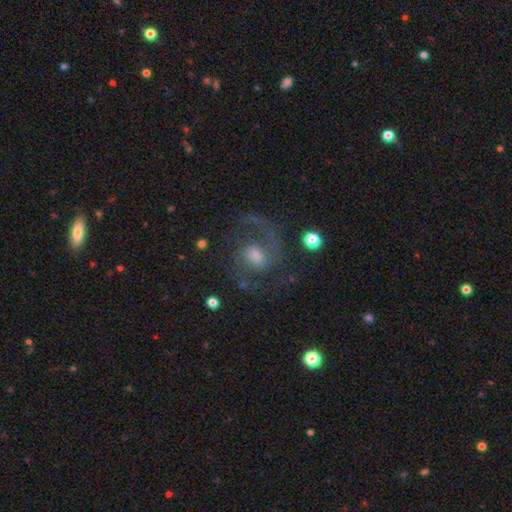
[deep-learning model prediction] smooth-or-featured: featured or disk: 79% | smooth: 12% | star or artifact: 8%
  disk-edge-on: no: 98% | yes: 2%
    bar: no: 47% | weak: 44% | strong: 9%
    has-spiral-arms: yes: 94% | no: 6%
      spiral-winding: medium: 55% | loose: 31% | tight: 14%
      spiral-arm-count: 2: 80% | 1: 9% | can't tell: 5% | 3: 3% | 4: 1% | more than 4: 1%
    bulge-size: moderate: 52% | small: 25% | large: 15% | none: 6% | dominant: 2%
  merging: none: 64% | major disturbance: 18% | minor disturbance: 16% | merger: 3%